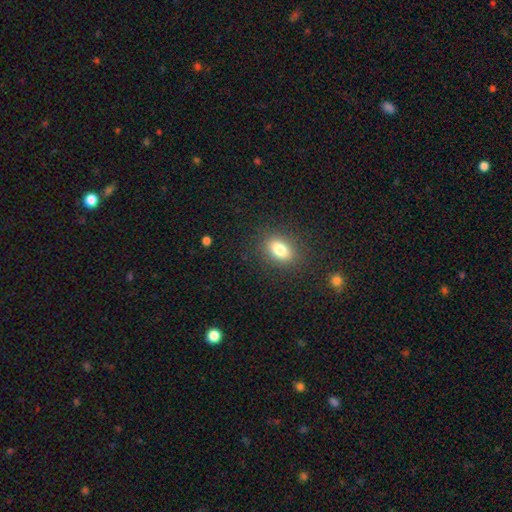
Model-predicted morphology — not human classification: This appears to be a smooth galaxy with no disk features (76%) that is in between round and cigar-shaped (67%). Merging: none (90%).